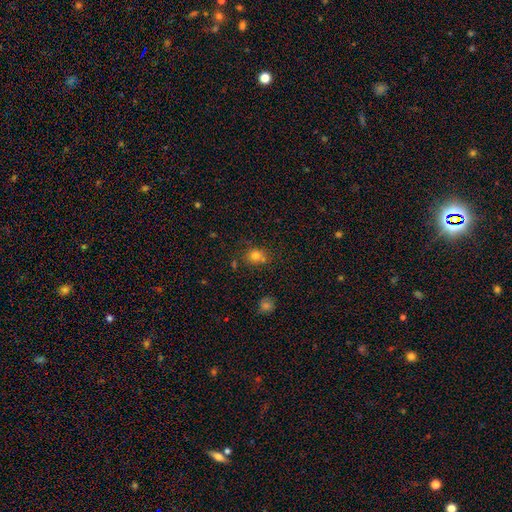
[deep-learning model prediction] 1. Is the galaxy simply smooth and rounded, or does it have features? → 76% smooth, 16% star or artifact, 8% featured or disk.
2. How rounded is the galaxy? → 72% round, 27% in between, 1% cigar-shaped.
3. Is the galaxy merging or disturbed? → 66% none, 15% minor disturbance, 14% merger, 5% major disturbance.